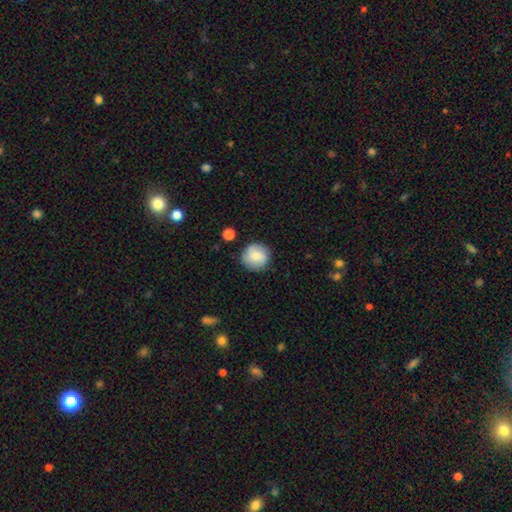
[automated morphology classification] A smooth galaxy with no disk features (67%) that is round (92%).

Vote fractions:
- Smooth or featured? smooth: 67% / featured or disk: 25% / star or artifact: 8%
- How rounded? round: 92% / in between: 7% / cigar-shaped: 1%
- Merging? none: 84% / minor disturbance: 11% / major disturbance: 3% / merger: 2%